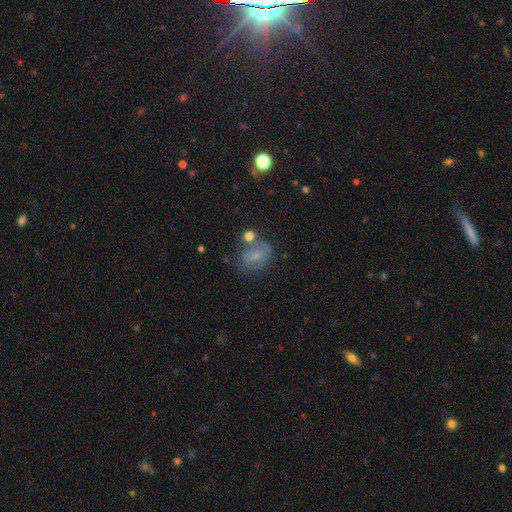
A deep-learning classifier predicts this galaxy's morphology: A smooth galaxy with no disk features (44%). Merging: none (50%).